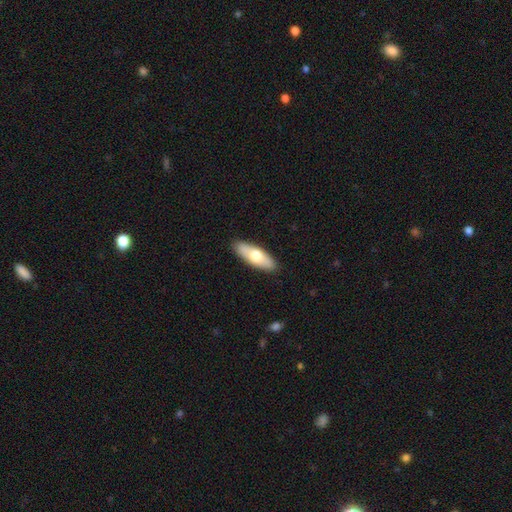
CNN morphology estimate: Smooth or featured?
  - smooth: 65% *
  - featured or disk: 30%
  - star or artifact: 5%
How rounded?
  - in between: 60% *
  - cigar-shaped: 37%
  - round: 2%
Merging?
  - none: 90% *
  - minor disturbance: 8%
  - major disturbance: 2%
  - merger: 1%